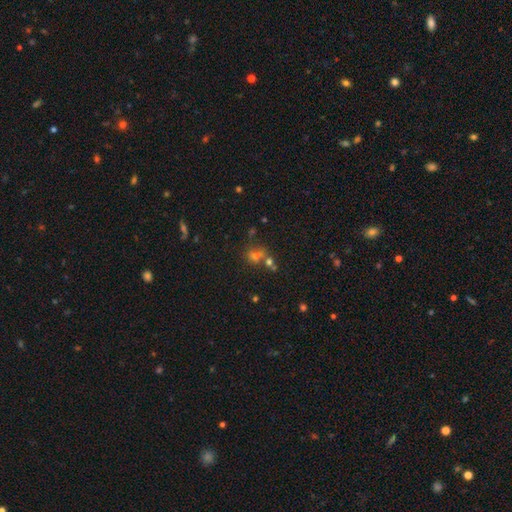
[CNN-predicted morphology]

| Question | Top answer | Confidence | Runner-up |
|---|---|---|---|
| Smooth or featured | smooth | 51% | star or artifact (35%) |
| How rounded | round | 66% | in between (32%) |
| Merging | none | 48% | merger (35%) |